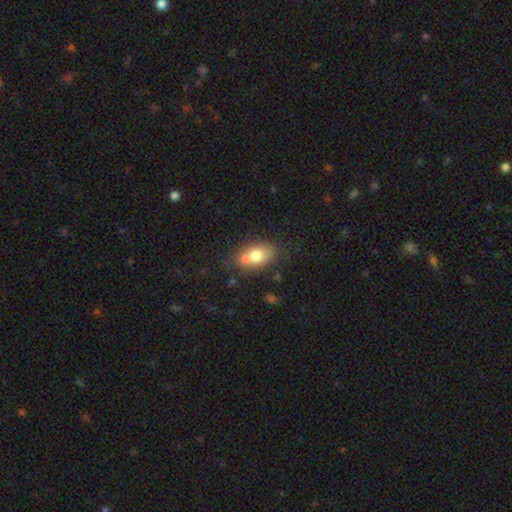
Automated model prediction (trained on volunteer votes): Morphology: type=smooth (74%); roundness=in between (81%); merging=none (52%).